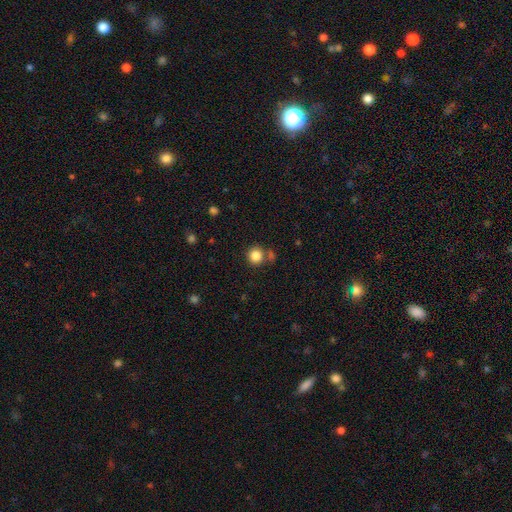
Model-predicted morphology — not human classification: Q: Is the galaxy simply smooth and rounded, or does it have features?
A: smooth — 85%.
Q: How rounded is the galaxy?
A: round — 91%.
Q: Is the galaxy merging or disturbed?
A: none — 74%.